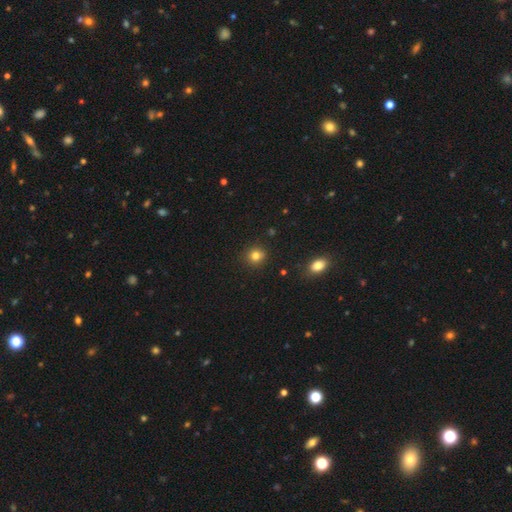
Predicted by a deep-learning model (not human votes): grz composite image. It shows a smooth galaxy with no disk features (81%) that is round (88%). Merging: none (89%).